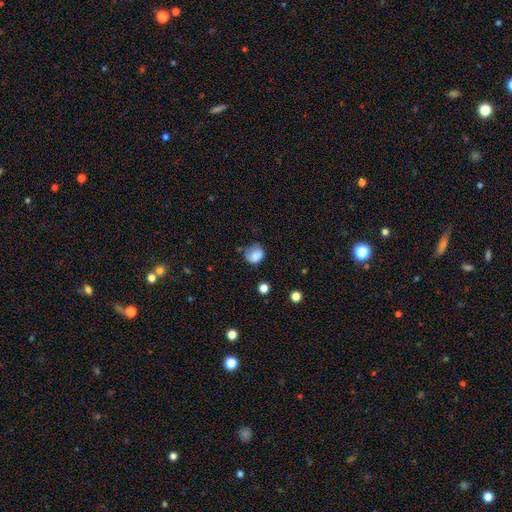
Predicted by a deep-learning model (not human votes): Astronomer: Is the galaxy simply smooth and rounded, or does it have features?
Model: smooth — 80%.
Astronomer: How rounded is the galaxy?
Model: round — 57% (runner-up: in between, 42%).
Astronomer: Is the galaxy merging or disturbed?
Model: none — 44% (runner-up: minor disturbance, 35%).